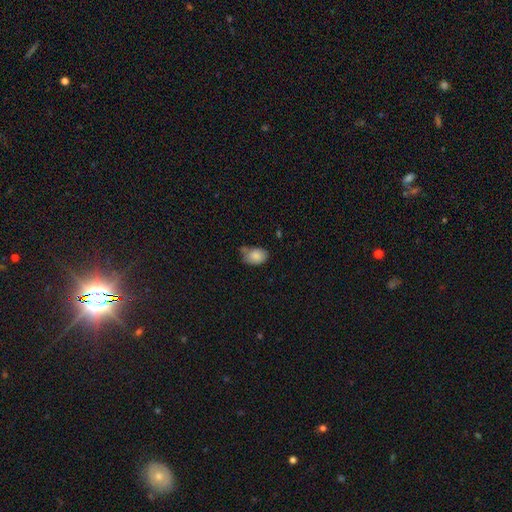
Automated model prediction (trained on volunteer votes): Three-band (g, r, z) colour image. It shows a smooth galaxy with no disk features (84%) that is in between round and cigar-shaped (79%). Merging: none (51%).